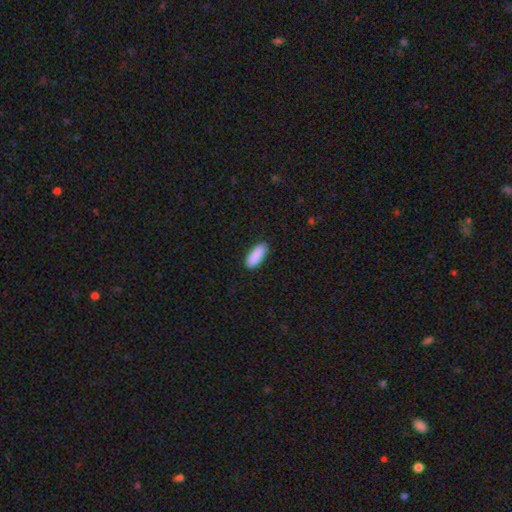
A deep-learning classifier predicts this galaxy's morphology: Smooth or featured: smooth — 91% (star or artifact — 6%)
How rounded: in between — 77% (cigar-shaped — 22%)
Merging: none — 89% (minor disturbance — 8%)